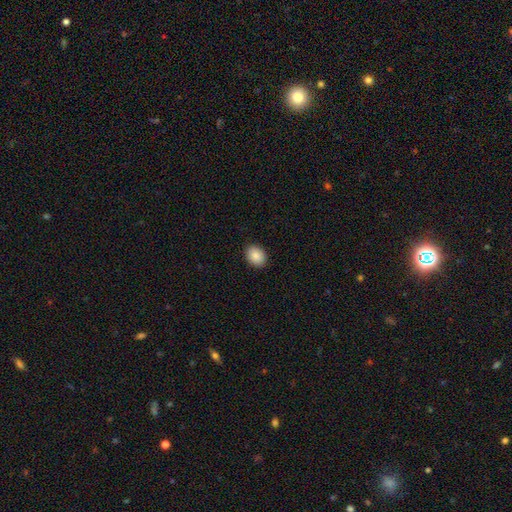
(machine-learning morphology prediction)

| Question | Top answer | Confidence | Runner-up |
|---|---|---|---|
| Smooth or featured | smooth | 88% | star or artifact (8%) |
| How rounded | in between | 66% | round (33%) |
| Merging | none | 90% | minor disturbance (7%) |